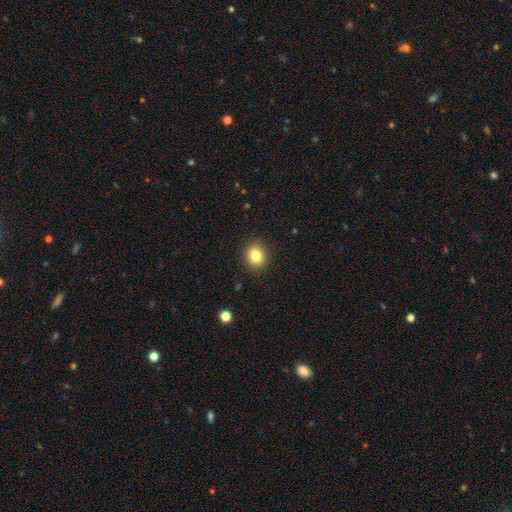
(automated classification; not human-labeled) smooth 82%, star or artifact 11%, featured or disk 7%. Down the decision tree: how rounded — round (66%); merging — none (89%).